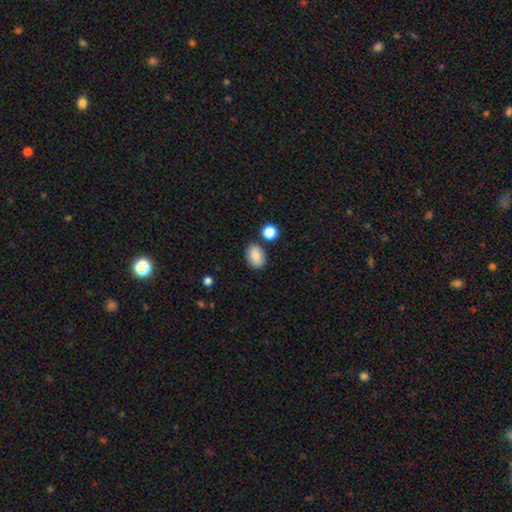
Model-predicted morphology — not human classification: Smooth or featured? smooth (85%)
How rounded? in between (79%)
Merging? none (81%)